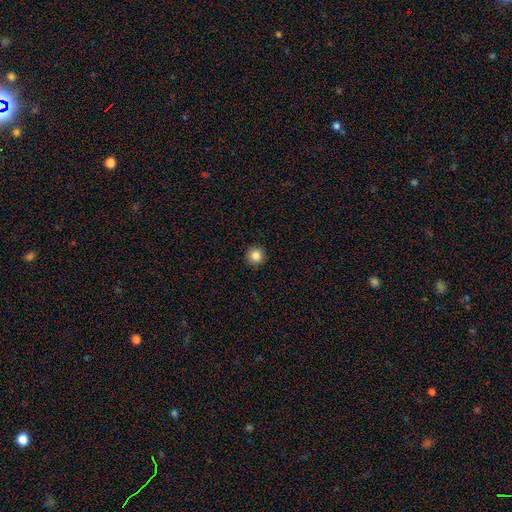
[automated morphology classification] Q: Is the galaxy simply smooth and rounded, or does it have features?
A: smooth — 84%.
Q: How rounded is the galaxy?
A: round — 95%.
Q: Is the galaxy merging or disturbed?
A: none — 93%.